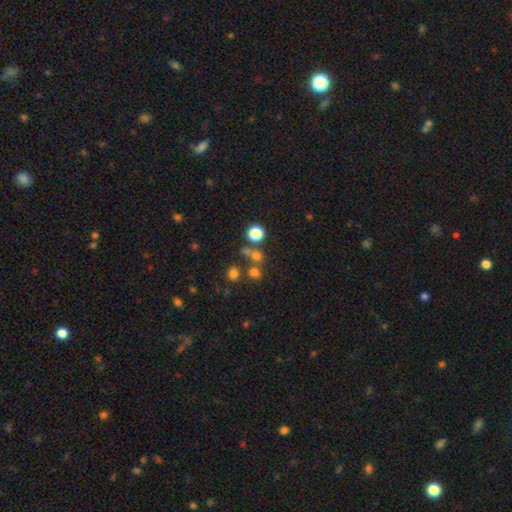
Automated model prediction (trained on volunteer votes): This is likely a smooth galaxy (63%). How rounded: clearly round (86%). Merging: likely none (62%).